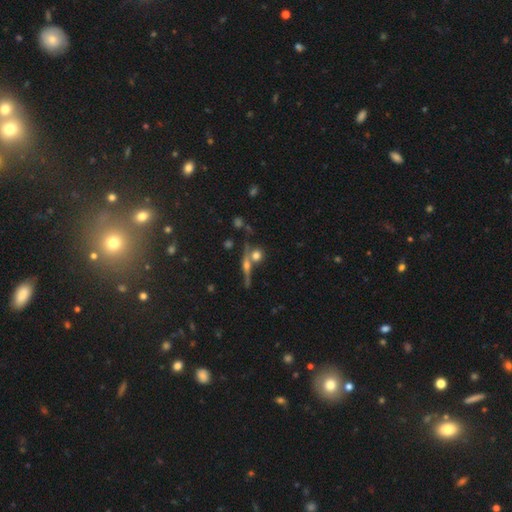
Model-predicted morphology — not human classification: smooth-or-featured: smooth: 49% | featured or disk: 36% | star or artifact: 14%
  merging: none: 59% | merger: 27% | minor disturbance: 9% | major disturbance: 5%